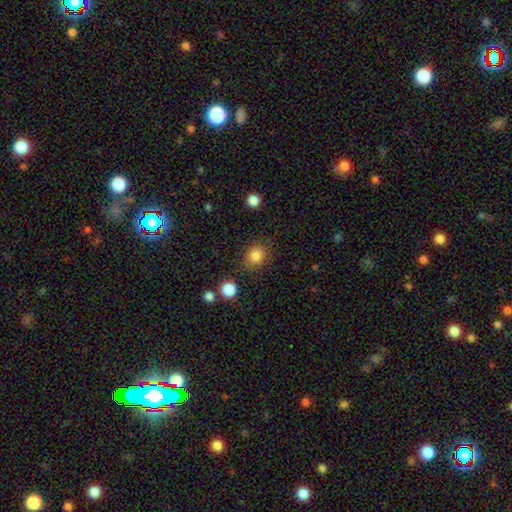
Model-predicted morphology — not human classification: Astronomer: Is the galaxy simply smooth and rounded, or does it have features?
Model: smooth — 84%.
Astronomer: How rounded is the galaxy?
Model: round — 60% (runner-up: in between, 39%).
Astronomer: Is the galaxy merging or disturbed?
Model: none — 82%.